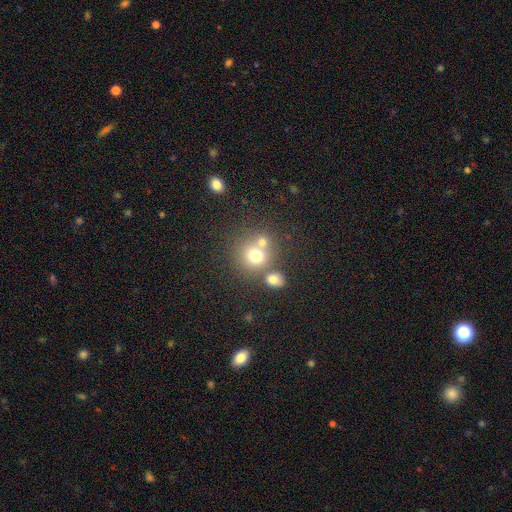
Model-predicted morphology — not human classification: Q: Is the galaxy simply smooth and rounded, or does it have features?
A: smooth — 71%.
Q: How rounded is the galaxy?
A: round — 85%.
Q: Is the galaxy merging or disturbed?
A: none — 50%.